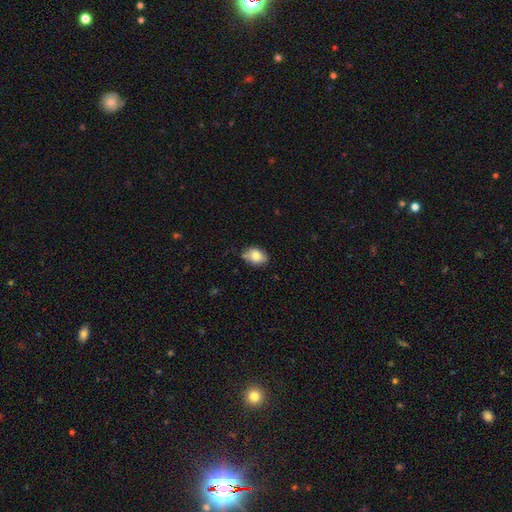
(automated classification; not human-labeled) smooth-or-featured: smooth: 79% | featured or disk: 12% | star or artifact: 8%
  how-rounded: in between: 78% | round: 21% | cigar-shaped: 1%
  merging: none: 73% | minor disturbance: 20% | merger: 4% | major disturbance: 3%